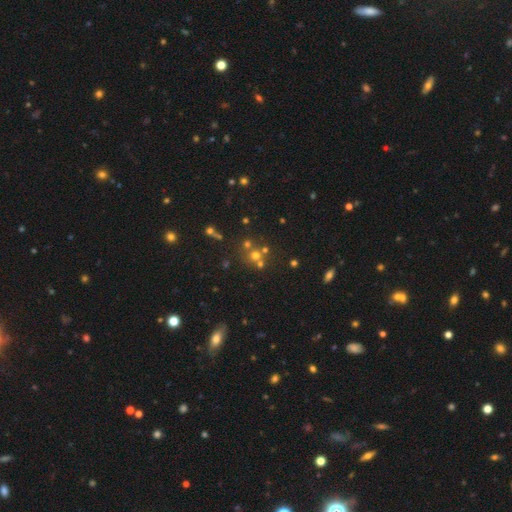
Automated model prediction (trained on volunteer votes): Smooth or featured: smooth — 54% (star or artifact — 30%)
How rounded: round — 88% (in between — 11%)
Merging: none — 58% (merger — 30%)